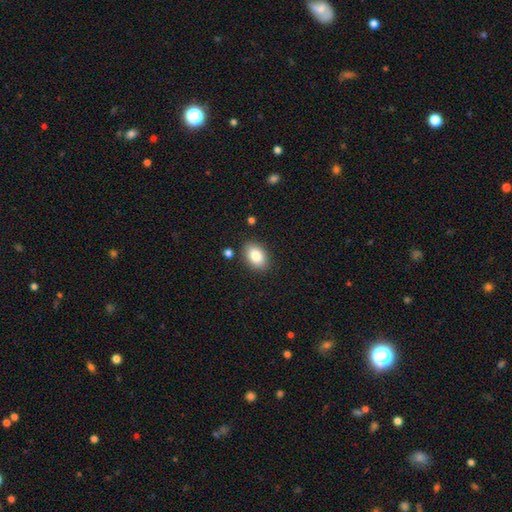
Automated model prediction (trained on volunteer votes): Morphology: type=smooth (84%); roundness=in between (85%); merging=none (85%).